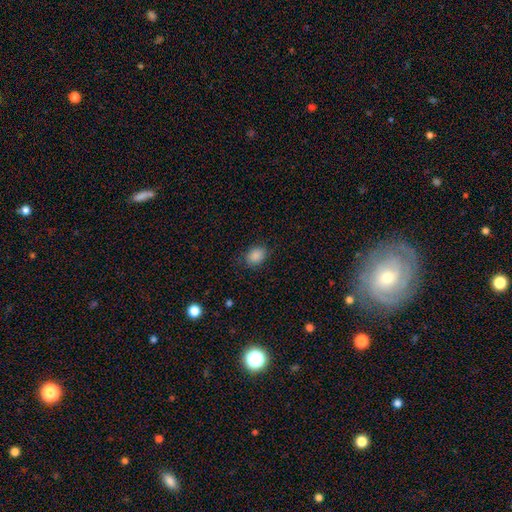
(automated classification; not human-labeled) A smooth galaxy with no disk features (87%) that is in between round and cigar-shaped (62%). Merging: none (79%).